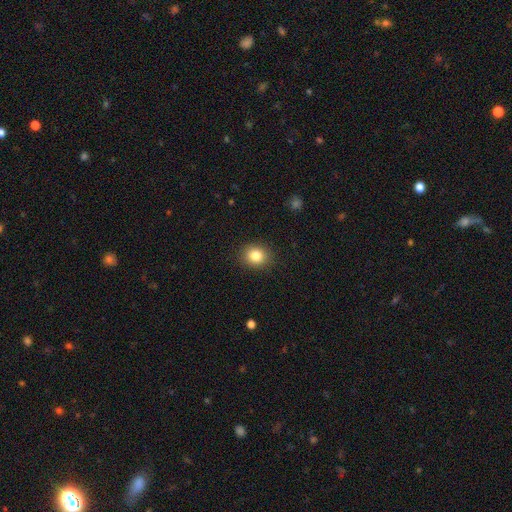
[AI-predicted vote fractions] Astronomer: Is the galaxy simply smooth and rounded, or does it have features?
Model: smooth — 84%.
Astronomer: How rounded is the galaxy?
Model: round — 70%.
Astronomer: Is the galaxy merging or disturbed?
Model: none — 89%.